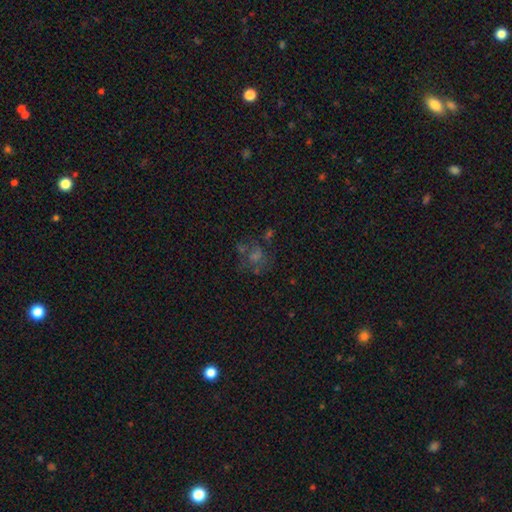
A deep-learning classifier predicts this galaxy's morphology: Overall: star or artifact (34%; smooth 33%).